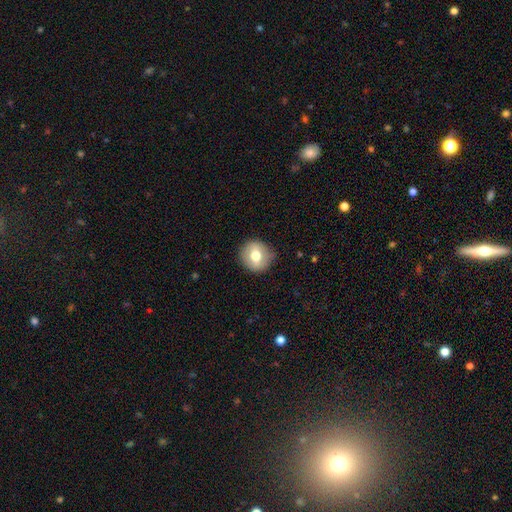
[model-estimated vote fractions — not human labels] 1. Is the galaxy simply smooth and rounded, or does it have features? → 63% smooth, 29% featured or disk, 8% star or artifact.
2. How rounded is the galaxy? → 86% round, 13% in between, 1% cigar-shaped.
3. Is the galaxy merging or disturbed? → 84% none, 12% minor disturbance, 3% major disturbance, 1% merger.